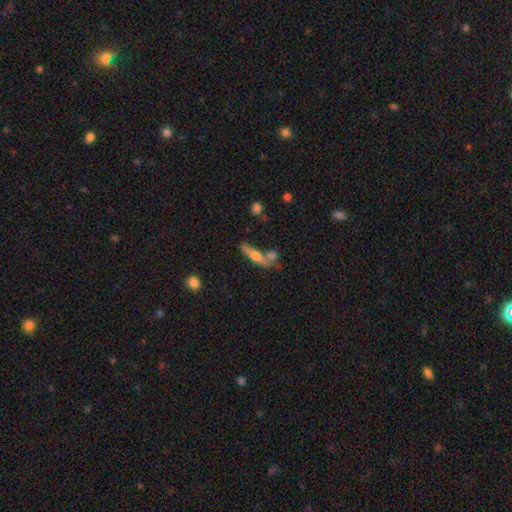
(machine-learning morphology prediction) Q: Smooth or featured?
A: smooth (53%); runner-up: featured or disk (38%)
Q: How rounded?
A: cigar-shaped (70%); runner-up: in between (26%)
Q: Merging?
A: none (43%); runner-up: merger (30%)